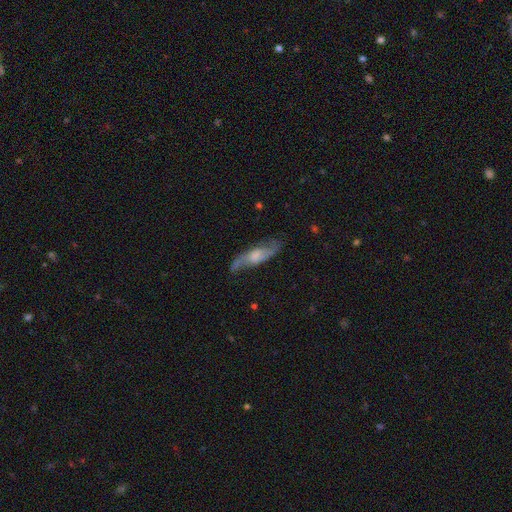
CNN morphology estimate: Smooth or featured: featured or disk — 75% (smooth — 19%)
Edge-on disk: no — 78% (yes — 22%)
Bar: no — 48% (weak — 41%)
Spiral arms: yes — 92% (no — 8%)
Spiral winding: loose — 54% (medium — 35%)
Spiral arm count: 2 — 89% (can't tell — 6%)
Bulge size: moderate — 34% (small — 25%)
Merging: none — 74% (minor disturbance — 17%)